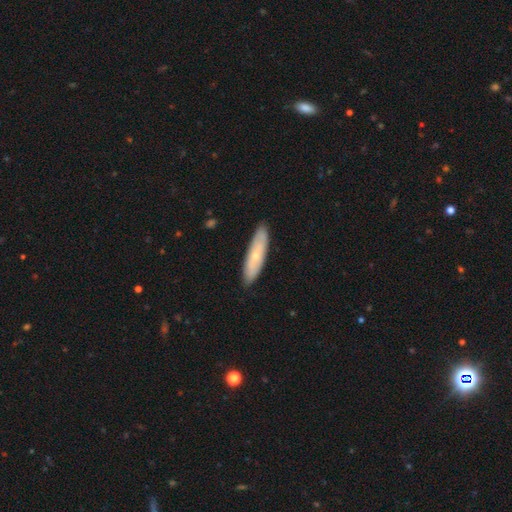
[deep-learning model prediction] Morphology: type=smooth (56%); roundness=cigar-shaped (70%); merging=none (87%).